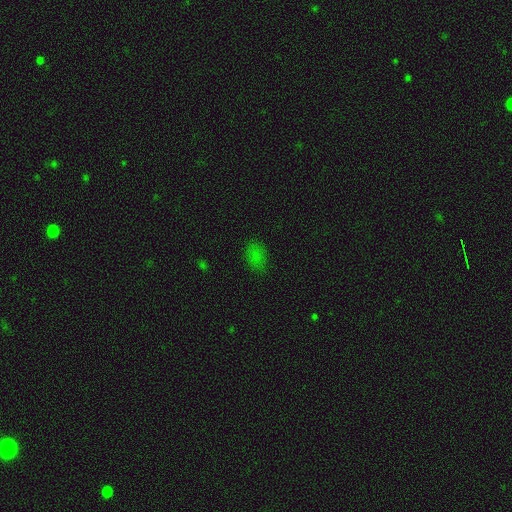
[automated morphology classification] smooth-or-featured: smooth: 71% | star or artifact: 22% | featured or disk: 7%
  how-rounded: in between: 77% | round: 21% | cigar-shaped: 2%
  merging: none: 75% | minor disturbance: 17% | major disturbance: 6% | merger: 2%